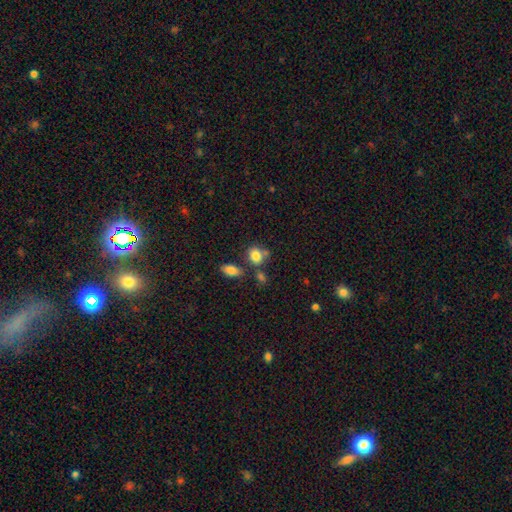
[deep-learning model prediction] Q: Smooth or featured?
A: smooth (82%); runner-up: star or artifact (10%)
Q: How rounded?
A: round (53%); runner-up: in between (45%)
Q: Merging?
A: none (58%); runner-up: merger (20%)